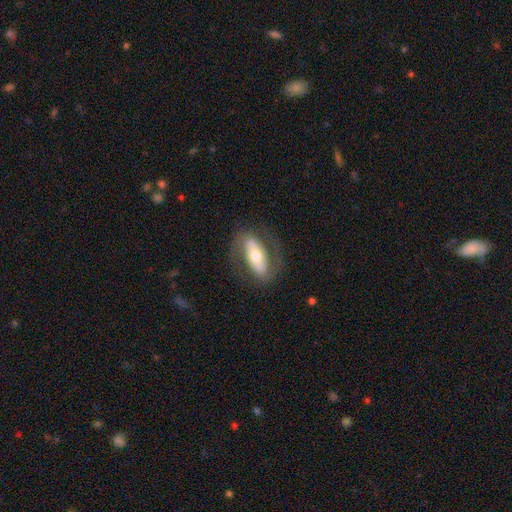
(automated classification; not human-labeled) A featured or disk galaxy (61%). Merging: none (75%).